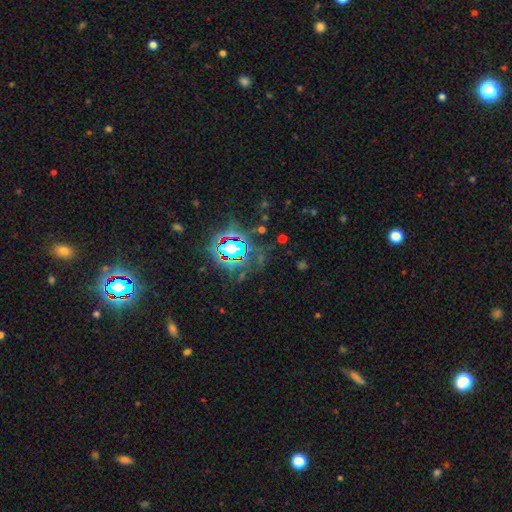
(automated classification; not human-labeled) This appears to be a star or artifact, not a galaxy (80%).